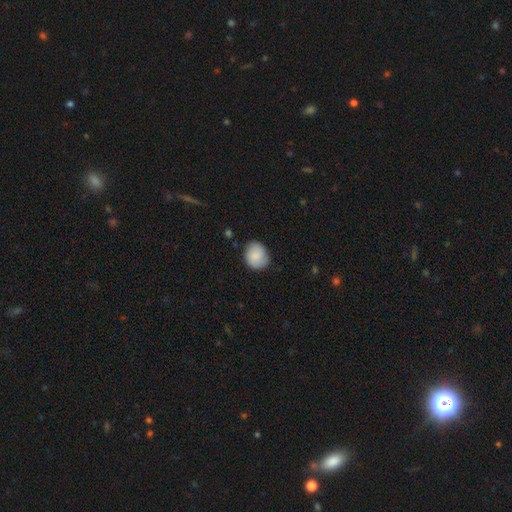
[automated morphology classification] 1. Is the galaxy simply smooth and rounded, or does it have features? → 84% smooth, 9% featured or disk, 7% star or artifact.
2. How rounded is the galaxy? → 67% round, 32% in between, 1% cigar-shaped.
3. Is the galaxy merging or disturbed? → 78% none, 17% minor disturbance, 3% major disturbance, 1% merger.